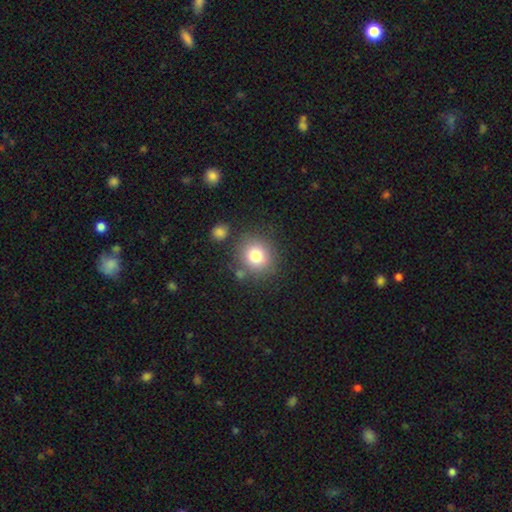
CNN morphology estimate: smooth-or-featured: smooth: 79% | star or artifact: 11% | featured or disk: 10%
  how-rounded: round: 82% | in between: 17% | cigar-shaped: 1%
  merging: none: 78% | minor disturbance: 11% | merger: 7% | major disturbance: 4%